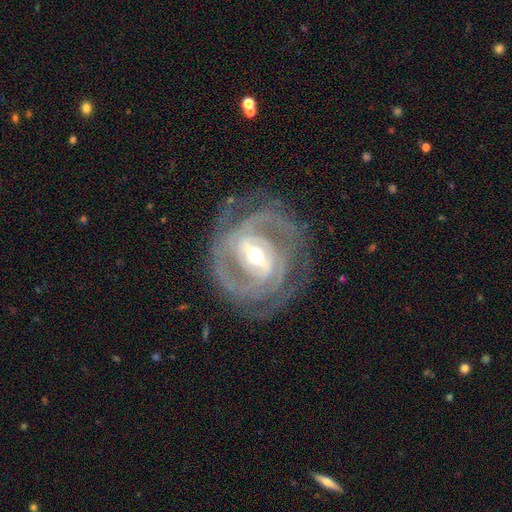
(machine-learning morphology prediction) smooth_or_featured: featured or disk (p=0.91) [alt: smooth p=0.04]
disk_edge_on: no (p=0.97) [alt: yes p=0.03]
bar: strong (p=0.58) [alt: weak p=0.32]
has_spiral_arms: yes (p=0.96) [alt: no p=0.04]
spiral_winding: tight (p=0.55) [alt: medium p=0.36]
spiral_arm_count: 2 (p=0.51) [alt: 3 p=0.19]
bulge_size: moderate (p=0.62) [alt: small p=0.28]
merging: none (p=0.72) [alt: minor disturbance p=0.15]